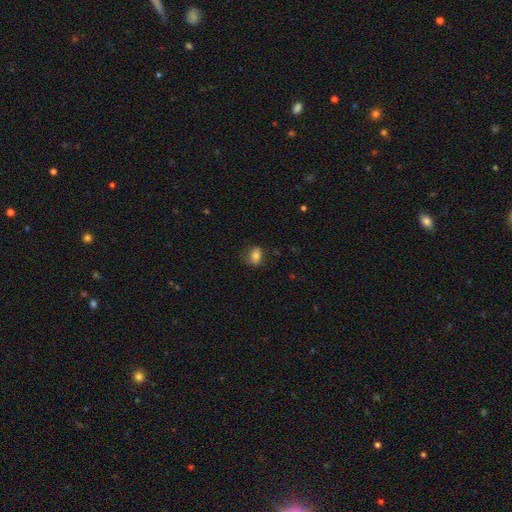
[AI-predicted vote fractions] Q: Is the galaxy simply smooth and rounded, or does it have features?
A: smooth — 78%.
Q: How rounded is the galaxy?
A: in between — 69%.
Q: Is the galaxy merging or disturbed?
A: none — 64%.